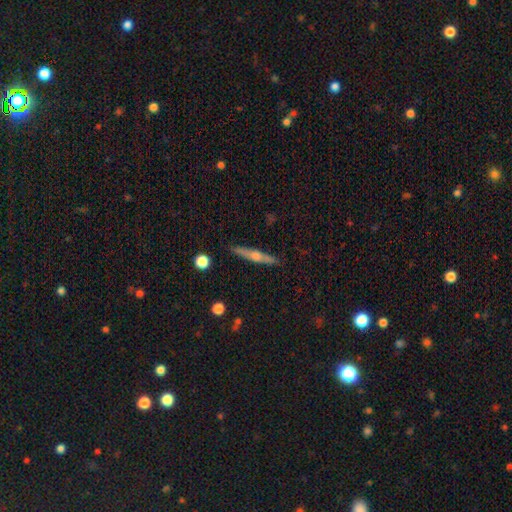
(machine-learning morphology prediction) This appears to be a featured or disk galaxy (62%) viewed edge-on (97%) with a rounded central bulge (86%). Merging: none (89%).